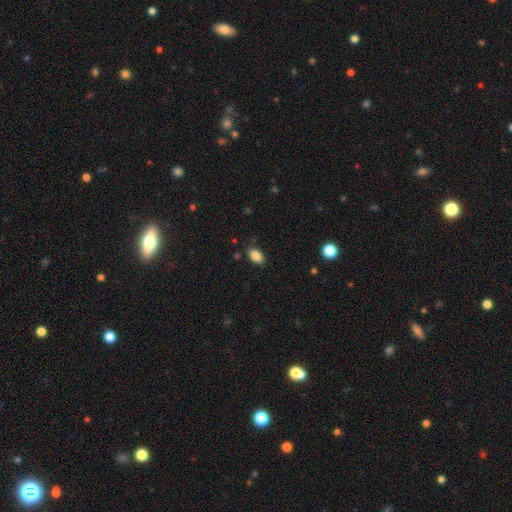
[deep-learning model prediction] Smooth or featured: smooth — 86% (star or artifact — 9%)
How rounded: in between — 89% (round — 9%)
Merging: none — 83% (minor disturbance — 12%)